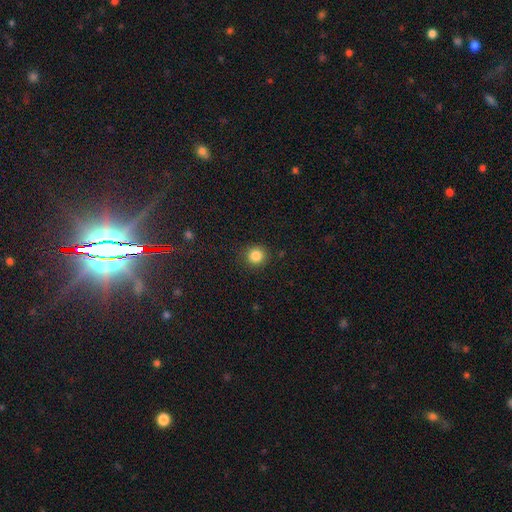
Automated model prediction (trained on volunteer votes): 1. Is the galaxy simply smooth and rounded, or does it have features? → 85% smooth, 11% star or artifact, 4% featured or disk.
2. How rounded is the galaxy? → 90% round, 9% in between, 1% cigar-shaped.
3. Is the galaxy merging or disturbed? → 89% none, 7% minor disturbance, 3% major disturbance, 1% merger.